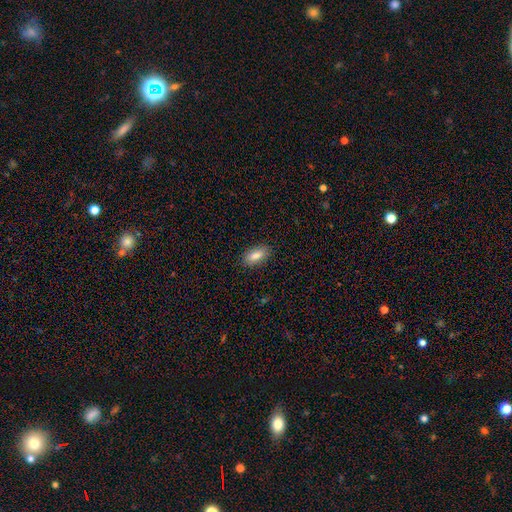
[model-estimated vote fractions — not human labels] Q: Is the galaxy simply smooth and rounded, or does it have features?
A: smooth — 84%.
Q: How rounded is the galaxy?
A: in between — 89%.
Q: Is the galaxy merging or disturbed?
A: none — 88%.